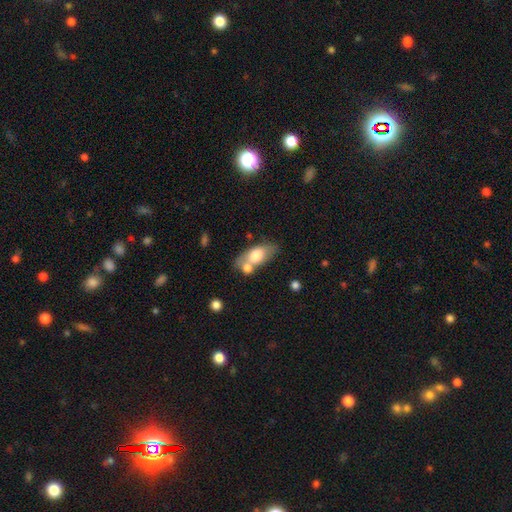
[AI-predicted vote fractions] This appears to be a smooth galaxy with no disk features (68%) that is in between round and cigar-shaped (82%). Merging: none (52%).